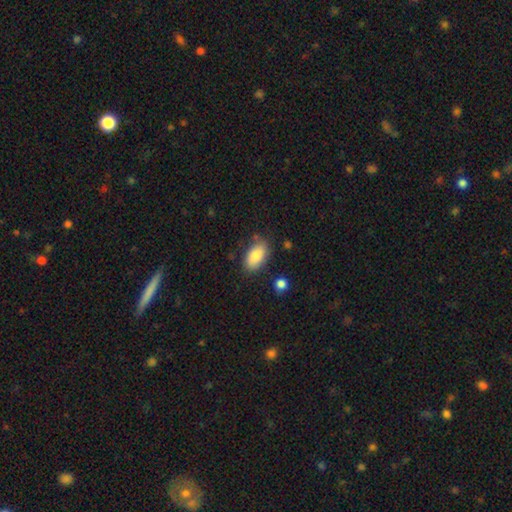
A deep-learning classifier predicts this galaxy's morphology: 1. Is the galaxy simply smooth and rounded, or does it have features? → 84% smooth, 9% featured or disk, 7% star or artifact.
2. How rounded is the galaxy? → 93% in between, 4% round, 3% cigar-shaped.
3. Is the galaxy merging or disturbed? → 76% none, 16% minor disturbance, 4% major disturbance, 4% merger.